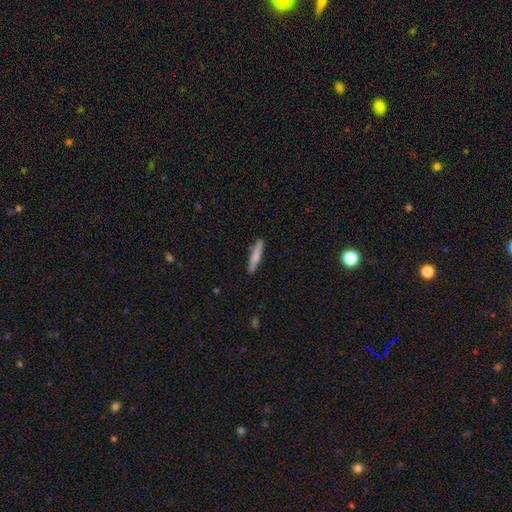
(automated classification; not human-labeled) Q: Smooth or featured?
A: smooth (75%); runner-up: featured or disk (20%)
Q: How rounded?
A: cigar-shaped (92%); runner-up: in between (7%)
Q: Merging?
A: none (89%); runner-up: minor disturbance (8%)